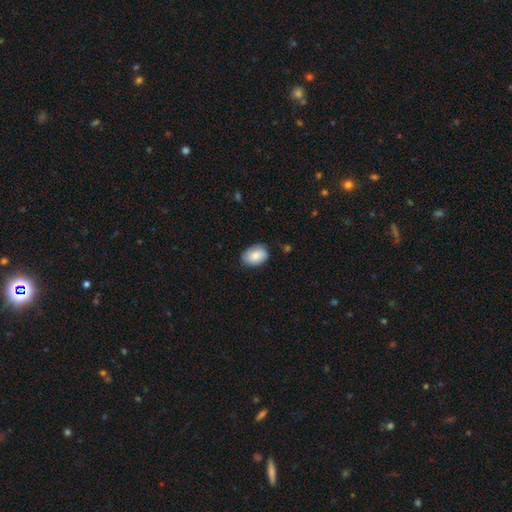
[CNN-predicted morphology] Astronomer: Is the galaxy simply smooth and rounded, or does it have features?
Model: smooth — 85%.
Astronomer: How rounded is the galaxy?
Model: in between — 85%.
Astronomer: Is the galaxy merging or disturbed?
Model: none — 80%.